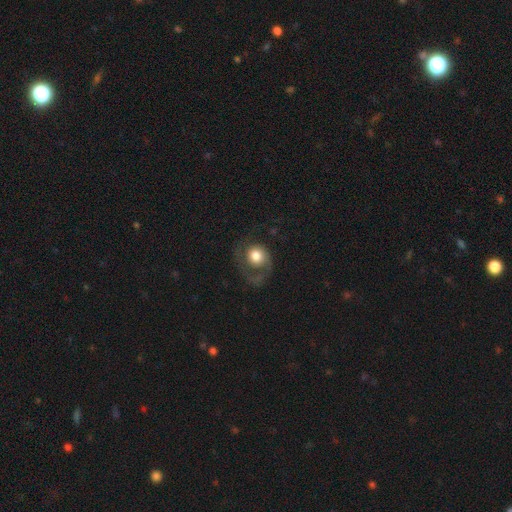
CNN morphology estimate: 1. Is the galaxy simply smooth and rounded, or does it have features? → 47% smooth, 45% featured or disk, 8% star or artifact.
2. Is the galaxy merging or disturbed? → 40% major disturbance, 39% none, 19% minor disturbance, 2% merger.